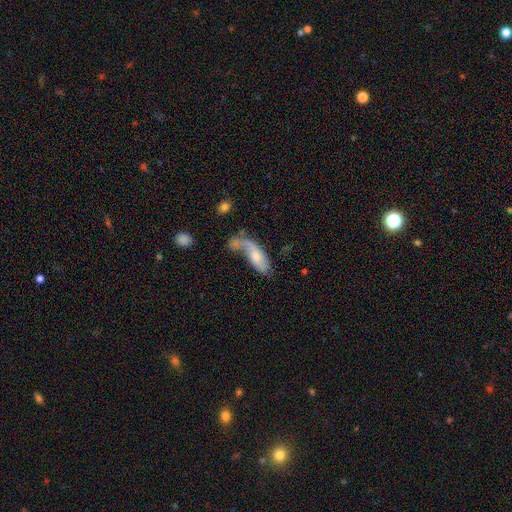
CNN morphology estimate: smooth-or-featured: featured or disk: 52% | smooth: 41% | star or artifact: 6%
  disk-edge-on: no: 85% | yes: 15%
  merging: major disturbance: 35% | none: 26% | minor disturbance: 20% | merger: 19%